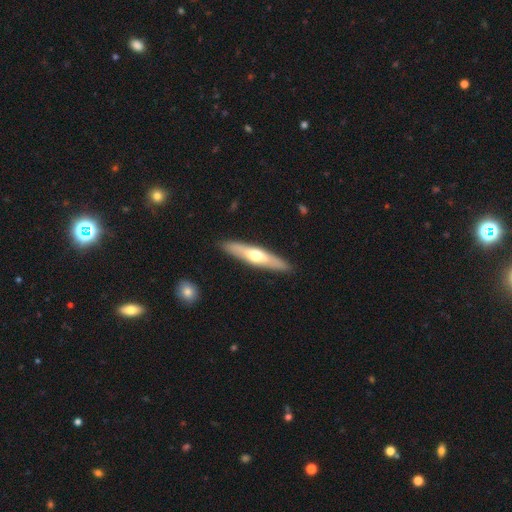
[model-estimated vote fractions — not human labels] A featured or disk galaxy (51%) viewed edge-on (83%). Merging: none (90%).